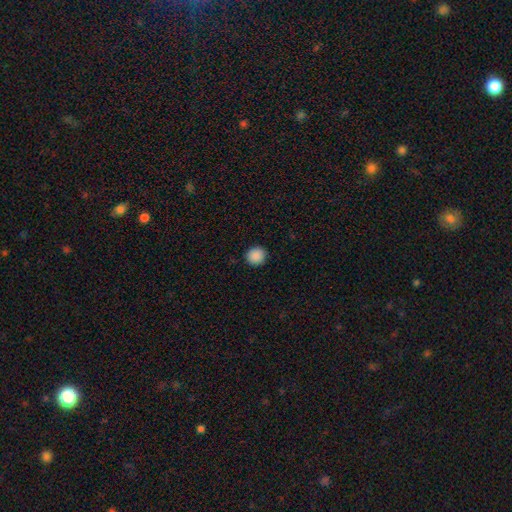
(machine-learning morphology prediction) Q: Smooth or featured?
A: smooth (89%); runner-up: star or artifact (9%)
Q: How rounded?
A: round (91%); runner-up: in between (8%)
Q: Merging?
A: none (92%); runner-up: minor disturbance (5%)